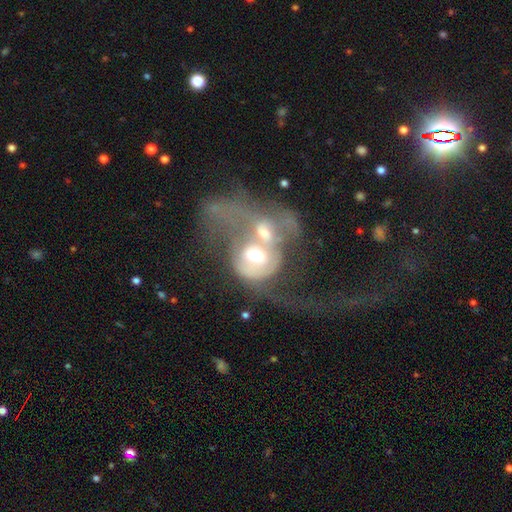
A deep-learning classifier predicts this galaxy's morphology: Smooth or featured?
  - featured or disk: 59% *
  - smooth: 32%
  - star or artifact: 9%
Edge-on disk?
  - no: 95% *
  - yes: 5%
Bar?
  - no: 72% *
  - weak: 20%
  - strong: 8%
Spiral arms?
  - no: 55% *
  - yes: 45%
Bulge size?
  - moderate: 64% *
  - large: 20%
  - small: 10%
  - dominant: 3%
  - none: 3%
Merging?
  - merger: 74% *
  - major disturbance: 17%
  - none: 6%
  - minor disturbance: 4%